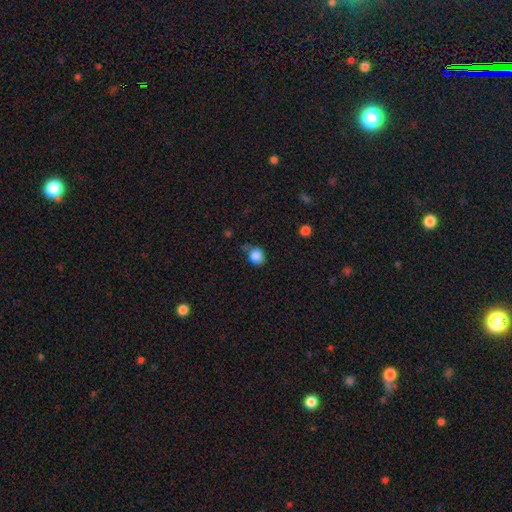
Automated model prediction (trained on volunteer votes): A smooth galaxy with no disk features (84%) that is round (58%). Merging: none (48%).